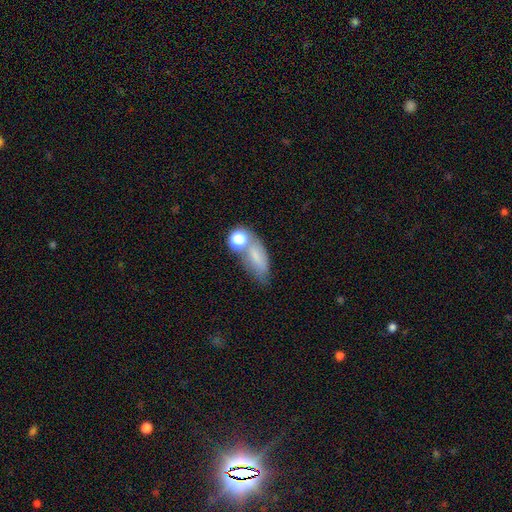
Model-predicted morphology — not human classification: A smooth galaxy with no disk features (68%) that is in between round and cigar-shaped (76%).

Vote fractions:
- Smooth or featured? smooth: 68% / featured or disk: 19% / star or artifact: 13%
- How rounded? in between: 76% / cigar-shaped: 12% / round: 11%
- Merging? none: 39% / merger: 29% / minor disturbance: 19% / major disturbance: 12%